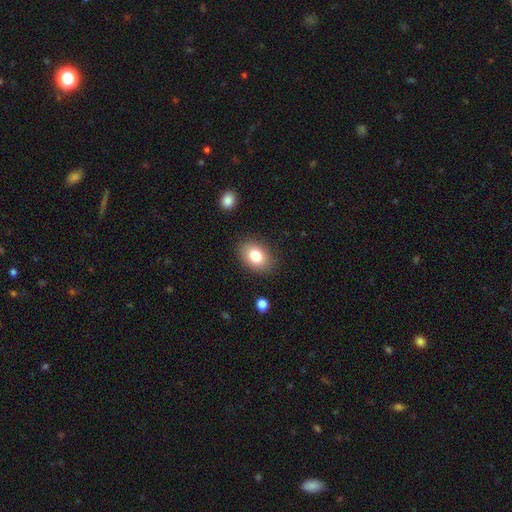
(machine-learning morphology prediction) Smooth or featured?
  - smooth: 81% *
  - featured or disk: 10%
  - star or artifact: 9%
How rounded?
  - in between: 75% *
  - round: 23%
  - cigar-shaped: 1%
Merging?
  - none: 85% *
  - minor disturbance: 11%
  - major disturbance: 3%
  - merger: 2%